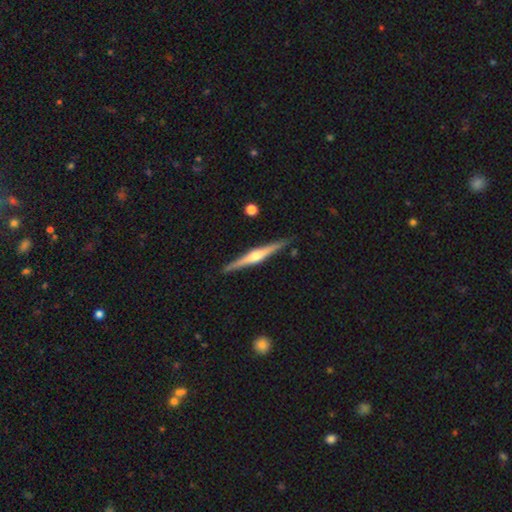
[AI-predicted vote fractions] A featured or disk galaxy (78%) viewed edge-on (98%) with a rounded central bulge (90%). Merging: none (90%).